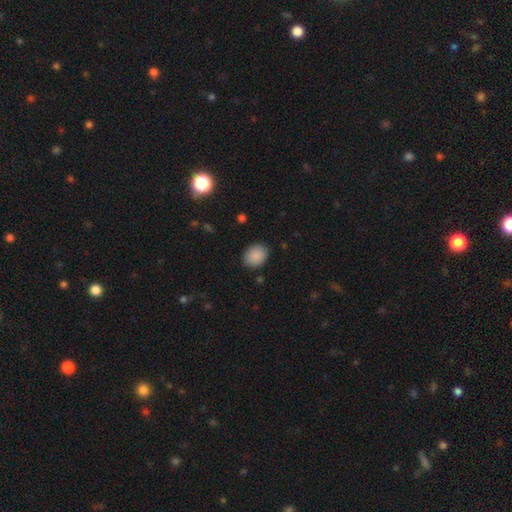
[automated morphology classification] This appears to be a smooth galaxy with no disk features (89%) that is in between round and cigar-shaped (51%). Merging: none (85%).